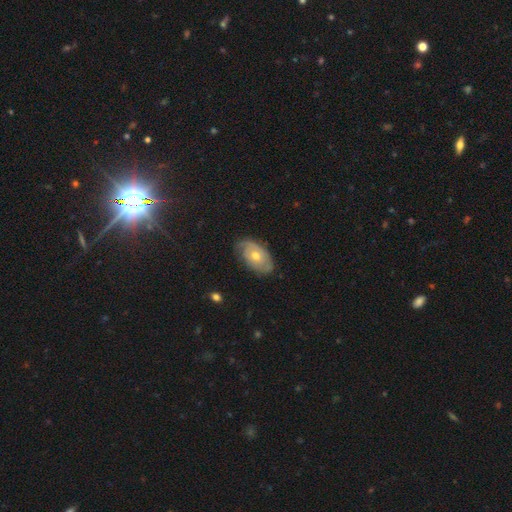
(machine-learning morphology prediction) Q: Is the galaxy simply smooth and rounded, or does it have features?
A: featured or disk — 58%.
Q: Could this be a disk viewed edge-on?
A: no — 91%.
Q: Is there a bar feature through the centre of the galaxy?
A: no — 86%.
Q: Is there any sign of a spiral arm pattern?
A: yes — 69%.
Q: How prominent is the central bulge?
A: moderate — 67%.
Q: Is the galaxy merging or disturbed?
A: none — 72%.